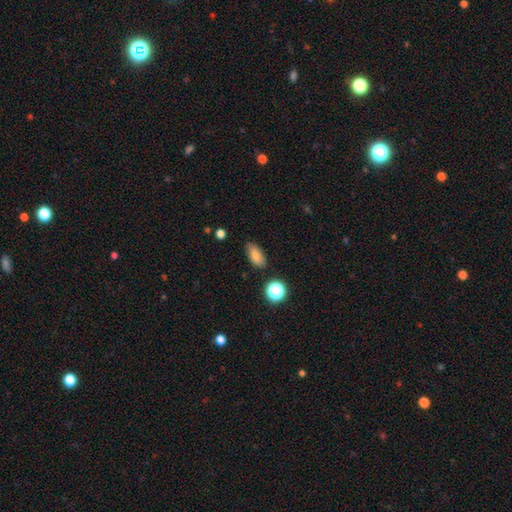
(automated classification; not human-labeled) Overall: smooth (81%). How rounded: in between (86%). Merging: none (83%).